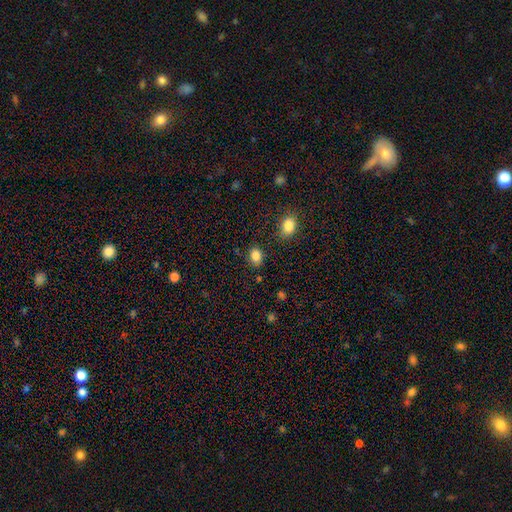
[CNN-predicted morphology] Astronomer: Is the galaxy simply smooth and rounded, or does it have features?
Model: smooth — 86%.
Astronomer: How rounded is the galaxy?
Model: in between — 70%.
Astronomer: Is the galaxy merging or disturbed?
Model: none — 82%.